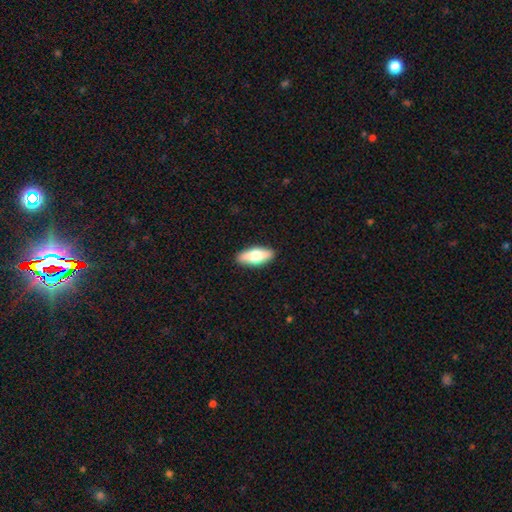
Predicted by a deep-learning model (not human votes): This appears to be a smooth galaxy with no disk features (65%) that is in between round and cigar-shaped (76%). Merging: none (90%).